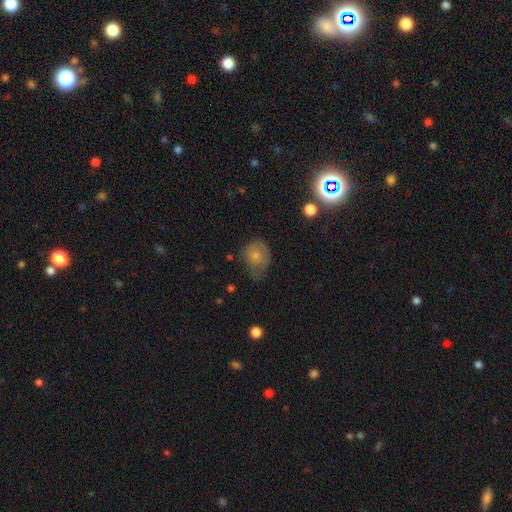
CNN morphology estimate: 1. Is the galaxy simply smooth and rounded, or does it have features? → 69% smooth, 23% featured or disk, 9% star or artifact.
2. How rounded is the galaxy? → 58% in between, 41% round, 1% cigar-shaped.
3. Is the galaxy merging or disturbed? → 39% minor disturbance, 35% none, 23% major disturbance, 2% merger.